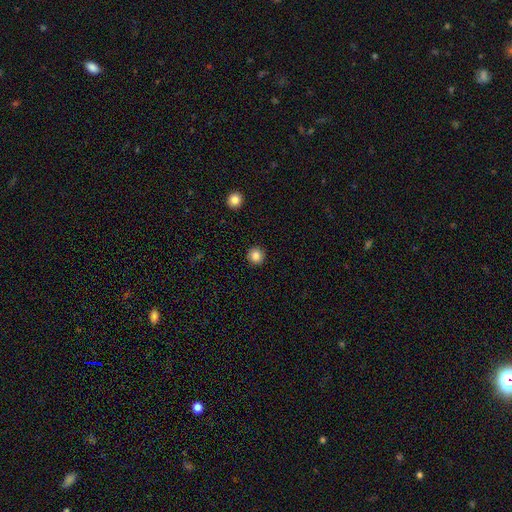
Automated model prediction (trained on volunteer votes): smooth_or_featured: smooth (p=0.85) [alt: star or artifact p=0.10]
how_rounded: round (p=0.94) [alt: in between p=0.05]
merging: none (p=0.93) [alt: minor disturbance p=0.05]